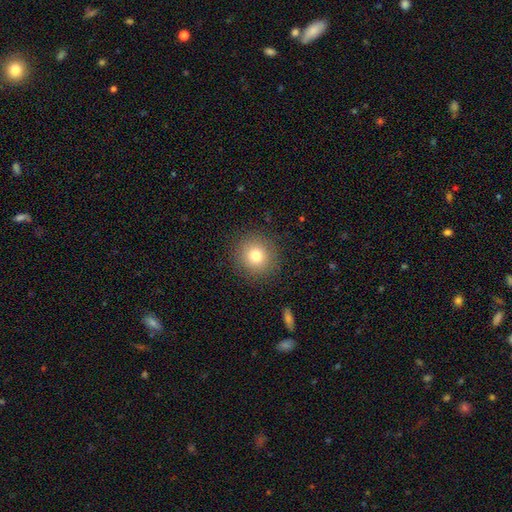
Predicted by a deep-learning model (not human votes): Smooth or featured? smooth (78%)
How rounded? round (93%)
Merging? none (89%)